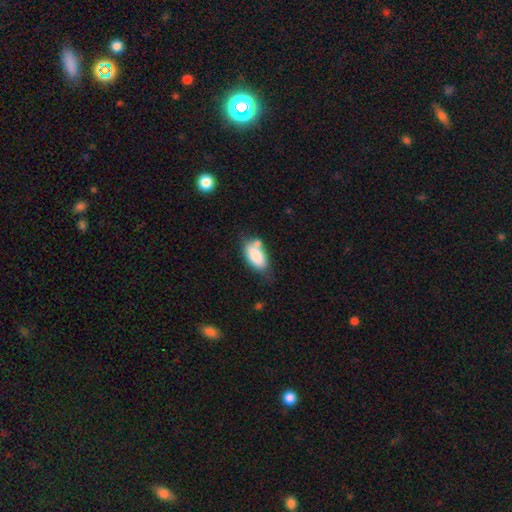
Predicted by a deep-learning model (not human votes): Overall: smooth (81%). How rounded: in between (91%). Merging: none (47%; minor disturbance 23%).